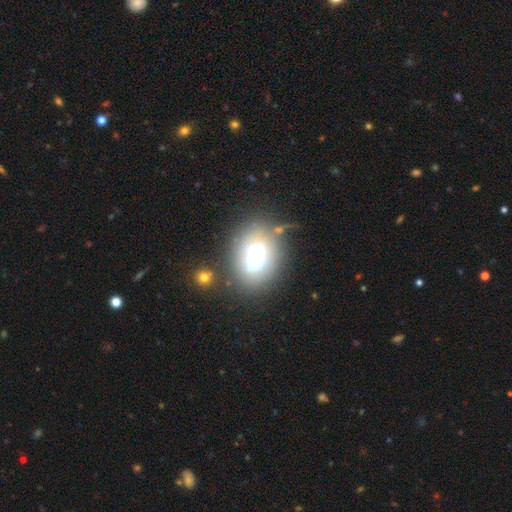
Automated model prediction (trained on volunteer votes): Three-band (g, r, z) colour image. It shows a smooth galaxy with no disk features (60%) that is in between round and cigar-shaped (62%). Merging: none (62%).